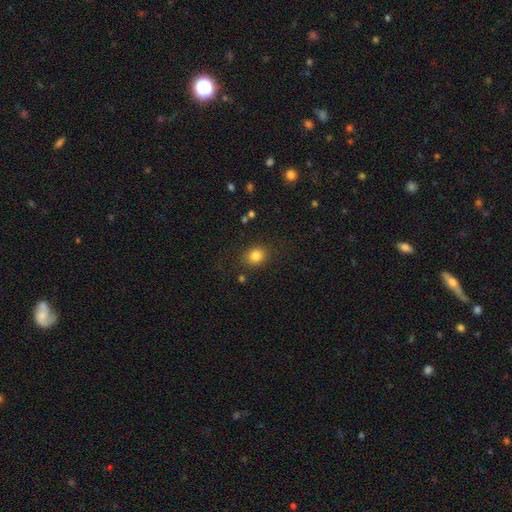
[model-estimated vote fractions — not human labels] Morphology: type=smooth (83%); roundness=round (57%); merging=none (85%).